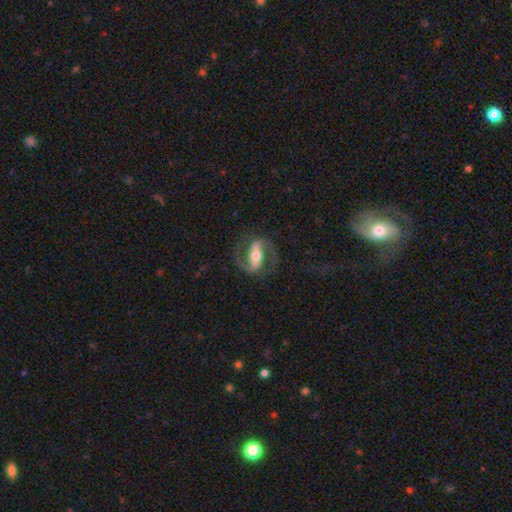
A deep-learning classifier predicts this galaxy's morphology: A featured or disk galaxy (87%) with a strong bar (67%), 2 (92%) medium (55%) spiral arms (94%) and a moderate central bulge (63%).

Vote fractions:
- Smooth or featured? featured or disk: 87% / smooth: 8% / star or artifact: 5%
- Edge-on disk? no: 94% / yes: 6%
- Bar? strong: 67% / weak: 21% / no: 12%
- Spiral arms? yes: 94% / no: 6%
- Spiral winding? medium: 55% / loose: 25% / tight: 20%
- Spiral arm count? 2: 92% / 1: 3% / can't tell: 3% / 3: 1% / 4: 1% / more than 4: 1%
- Bulge size? moderate: 63% / small: 25% / large: 9% / none: 1% / dominant: 1%
- Merging? none: 78% / minor disturbance: 12% / major disturbance: 9% / merger: 1%